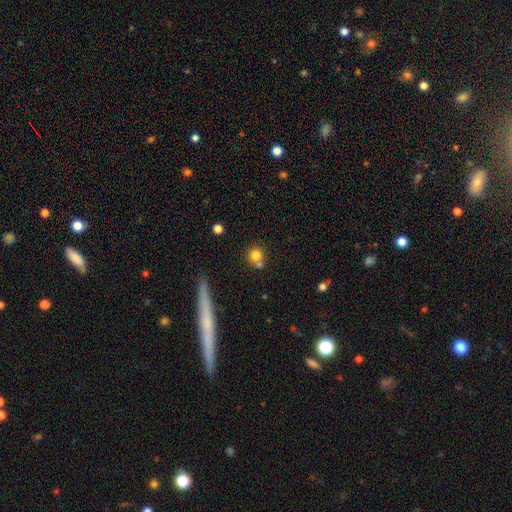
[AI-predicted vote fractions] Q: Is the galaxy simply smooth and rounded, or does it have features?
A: smooth — 78%.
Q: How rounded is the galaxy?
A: round — 89%.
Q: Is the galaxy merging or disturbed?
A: none — 59%.